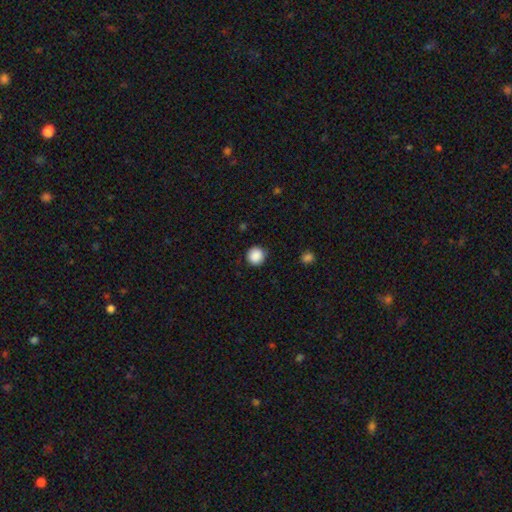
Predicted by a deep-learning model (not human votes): Smooth or featured: smooth — 88% (star or artifact — 9%)
How rounded: round — 94% (in between — 5%)
Merging: none — 89% (minor disturbance — 7%)